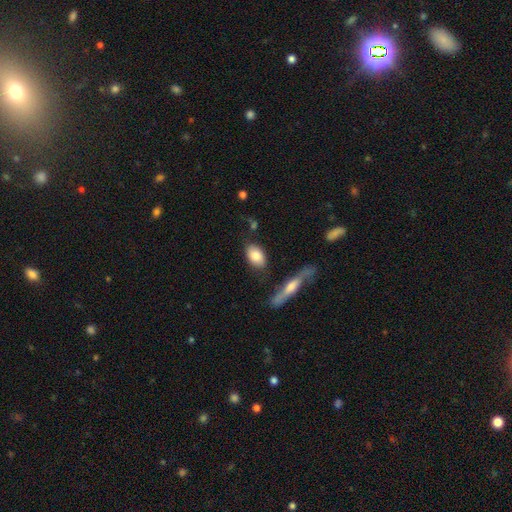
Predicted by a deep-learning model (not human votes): smooth-or-featured: smooth: 80% | featured or disk: 14% | star or artifact: 6%
  how-rounded: in between: 89% | round: 7% | cigar-shaped: 4%
  merging: none: 76% | minor disturbance: 14% | merger: 6% | major disturbance: 4%